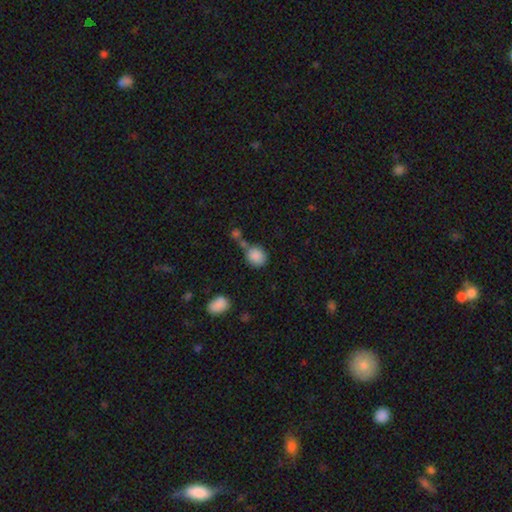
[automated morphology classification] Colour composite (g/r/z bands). It shows a smooth galaxy with no disk features (86%) that is round (73%). Merging: none (57%).